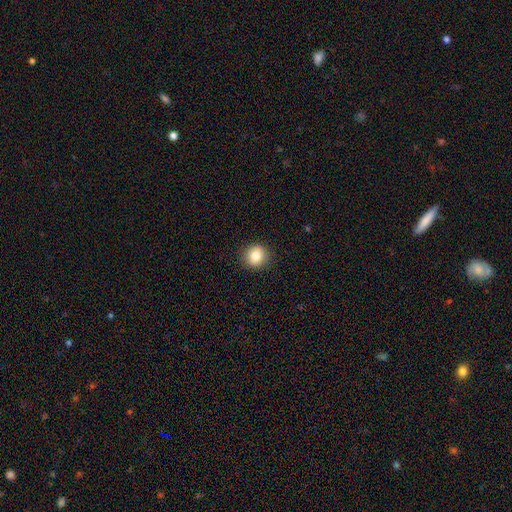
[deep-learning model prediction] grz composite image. It shows a smooth galaxy with no disk features (83%) that is round (89%). Merging: none (91%).